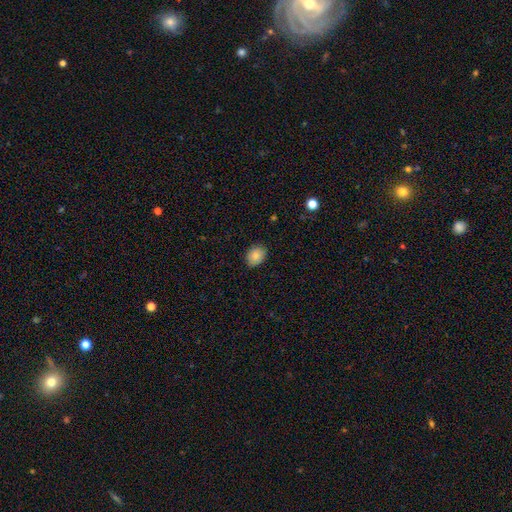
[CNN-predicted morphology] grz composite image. It shows a smooth galaxy with no disk features (84%) that is in between round and cigar-shaped (58%). Merging: none (84%).